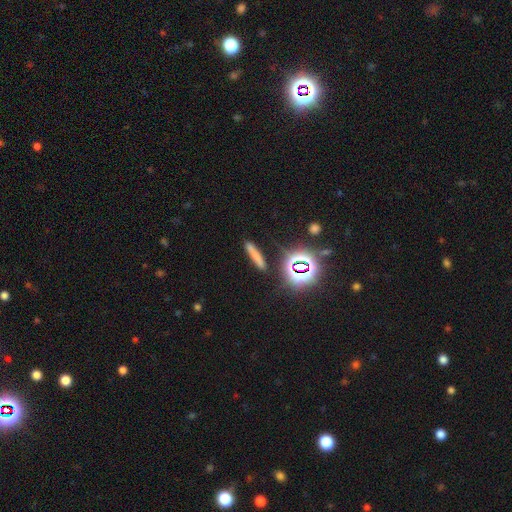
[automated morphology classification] Overall: smooth (65%). How rounded: cigar-shaped (88%). Merging: none (85%).